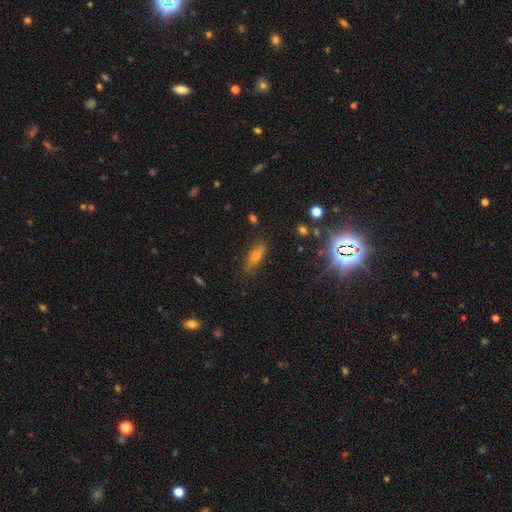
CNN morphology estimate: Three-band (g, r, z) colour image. It shows a smooth galaxy with no disk features (52%) that is in between round and cigar-shaped (53%). Merging: none (79%).